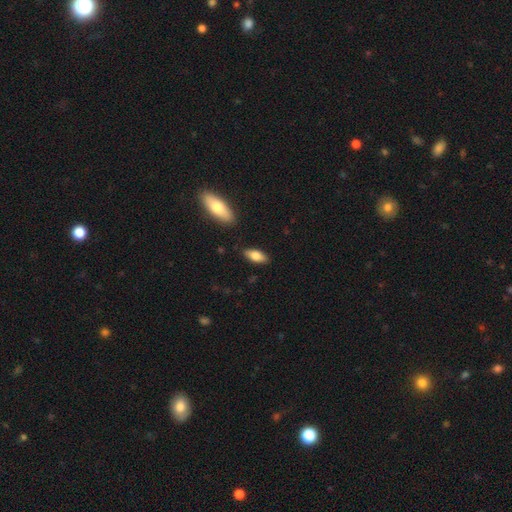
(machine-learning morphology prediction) smooth_or_featured: smooth (p=0.76) [alt: featured or disk p=0.17]
how_rounded: in between (p=0.82) [alt: cigar-shaped p=0.15]
merging: none (p=0.85) [alt: minor disturbance p=0.10]